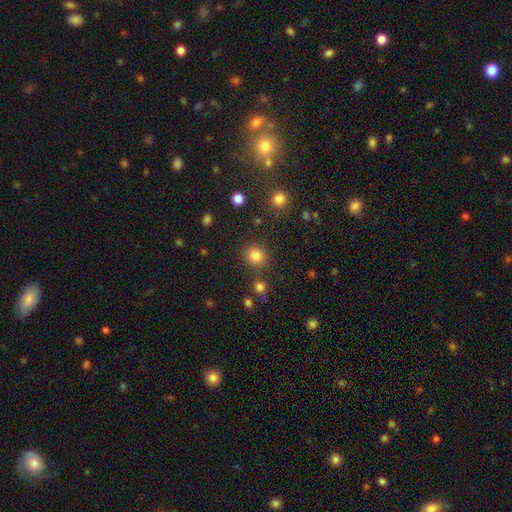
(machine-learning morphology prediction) A smooth galaxy with no disk features (83%) that is round (87%).

Vote fractions:
- Smooth or featured? smooth: 83% / star or artifact: 12% / featured or disk: 4%
- How rounded? round: 87% / in between: 12% / cigar-shaped: 1%
- Merging? none: 84% / minor disturbance: 8% / merger: 5% / major disturbance: 3%